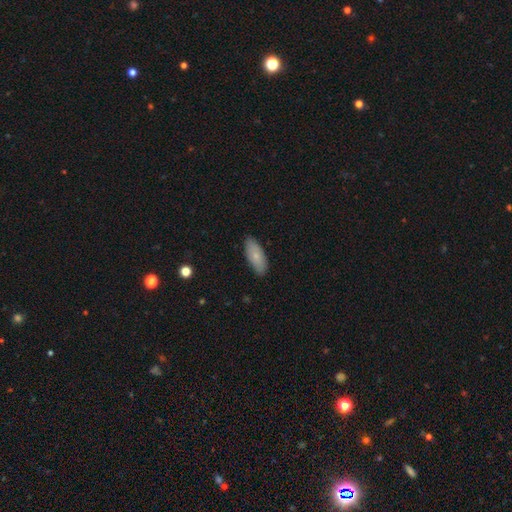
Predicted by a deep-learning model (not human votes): Overall: smooth (78%). How rounded: in between (83%). Merging: none (87%).